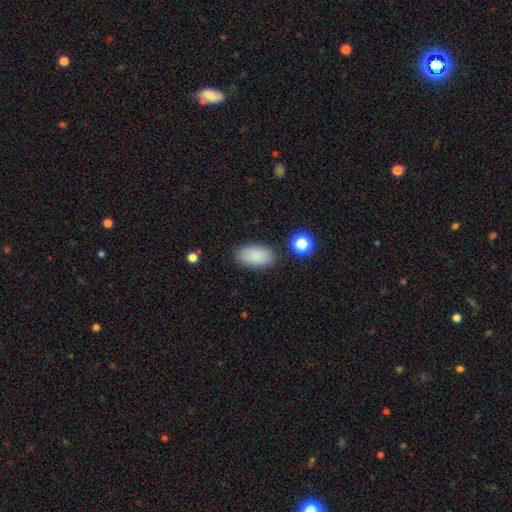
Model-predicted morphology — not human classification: Smooth or featured?
  - smooth: 87% *
  - star or artifact: 8%
  - featured or disk: 5%
How rounded?
  - in between: 94% *
  - round: 5%
  - cigar-shaped: 2%
Merging?
  - none: 85% *
  - minor disturbance: 10%
  - major disturbance: 3%
  - merger: 2%